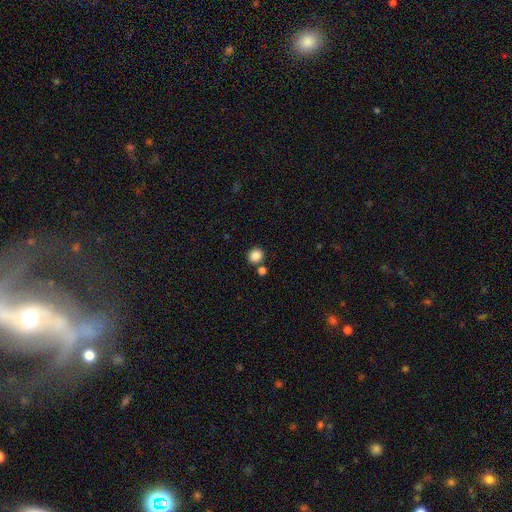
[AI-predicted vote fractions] Morphology: type=smooth (86%); roundness=round (86%); merging=none (76%).